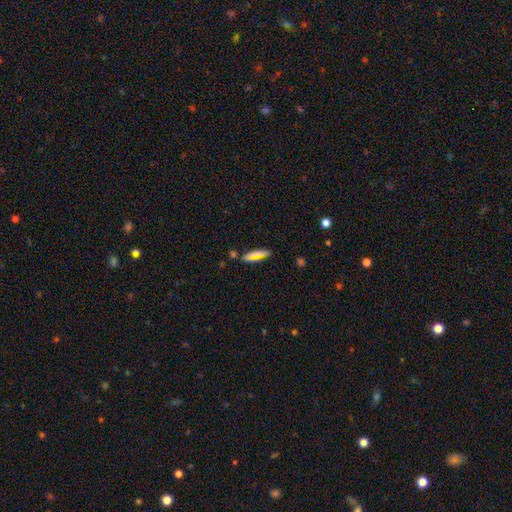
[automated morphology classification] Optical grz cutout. It shows a smooth galaxy with no disk features (65%) that is cigar-shaped (63%). Merging: none (72%).